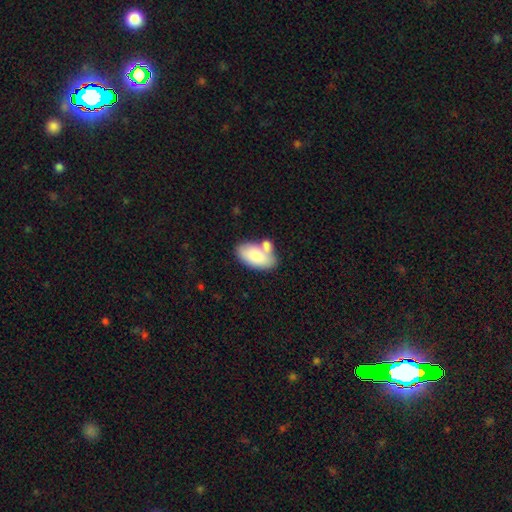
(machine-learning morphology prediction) Q: Smooth or featured?
A: smooth (79%); runner-up: featured or disk (15%)
Q: How rounded?
A: in between (95%); runner-up: round (3%)
Q: Merging?
A: none (46%); runner-up: merger (32%)